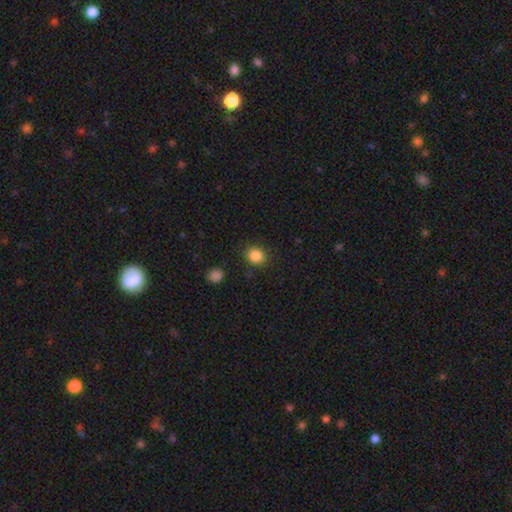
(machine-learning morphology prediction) The model was most divided on "how rounded": round: 72%, in between: 27%, cigar-shaped: 1%. More confident: merging — none (86%); smooth or featured — smooth (86%).